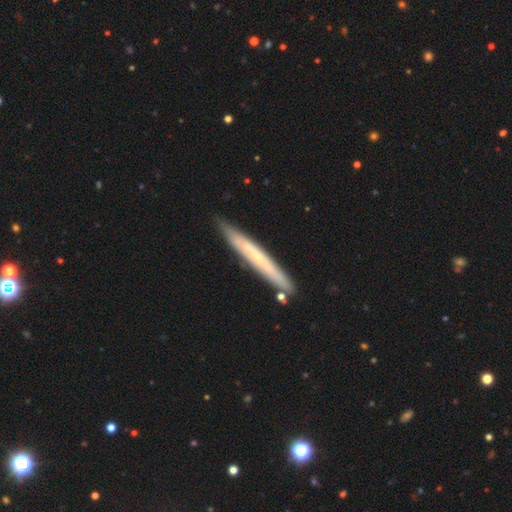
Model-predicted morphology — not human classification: The model was most divided on "smooth or featured": featured or disk: 51%, smooth: 44%, star or artifact: 6%. More confident: edge-on disk — yes (88%); merging — none (84%).